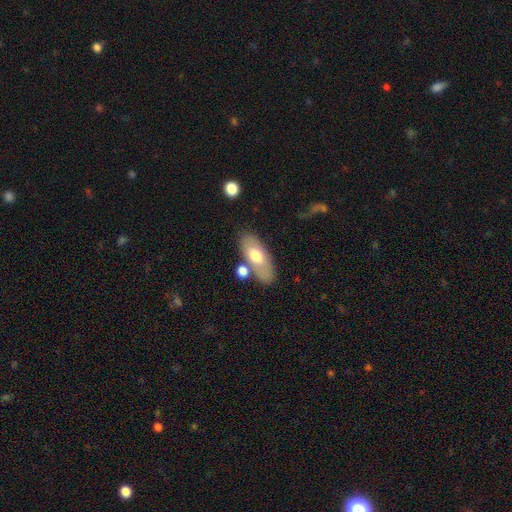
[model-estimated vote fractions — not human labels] A smooth galaxy with no disk features (66%) that is in between round and cigar-shaped (83%).

Vote fractions:
- Smooth or featured? smooth: 66% / featured or disk: 28% / star or artifact: 6%
- How rounded? in between: 83% / cigar-shaped: 14% / round: 3%
- Merging? none: 70% / minor disturbance: 13% / merger: 13% / major disturbance: 4%